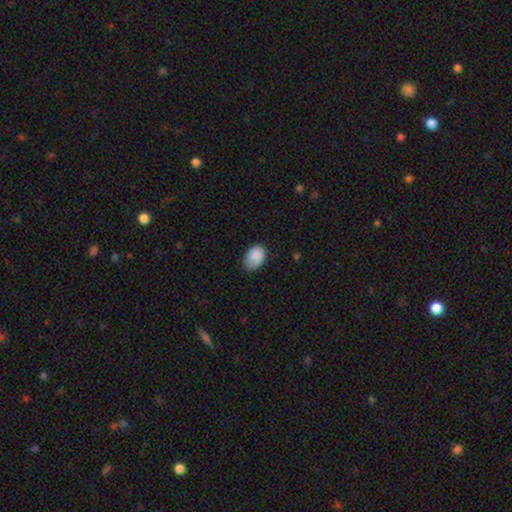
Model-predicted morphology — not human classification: Smooth or featured? smooth (88%)
How rounded? in between (78%)
Merging? none (62%)